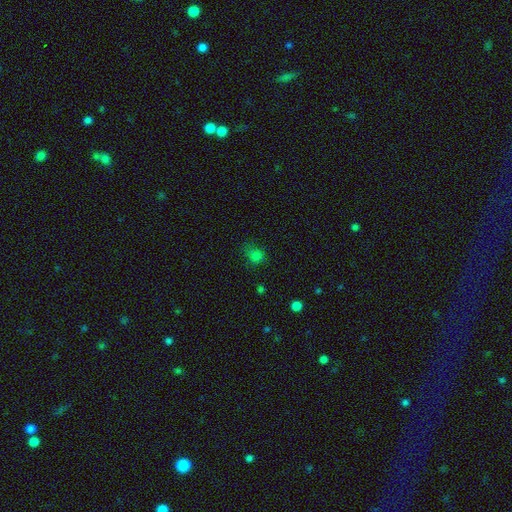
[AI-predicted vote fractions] The model was most divided on "how rounded": round: 63%, in between: 36%, cigar-shaped: 1%. More confident: smooth or featured — smooth (73%); merging — none (55%).